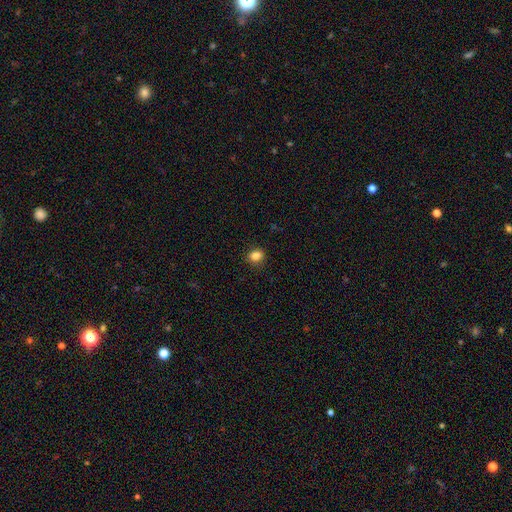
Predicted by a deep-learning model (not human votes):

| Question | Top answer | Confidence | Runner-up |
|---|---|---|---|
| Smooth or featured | smooth | 85% | star or artifact (11%) |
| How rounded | round | 58% | in between (41%) |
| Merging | none | 88% | minor disturbance (9%) |